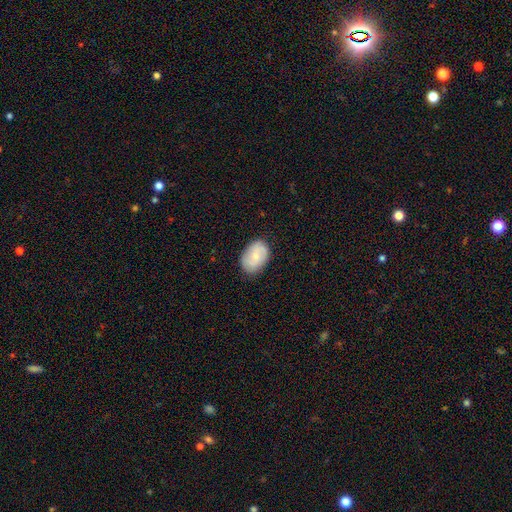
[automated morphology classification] Q: Smooth or featured?
A: smooth (69%); runner-up: featured or disk (25%)
Q: How rounded?
A: in between (84%); runner-up: round (15%)
Q: Merging?
A: none (80%); runner-up: minor disturbance (15%)